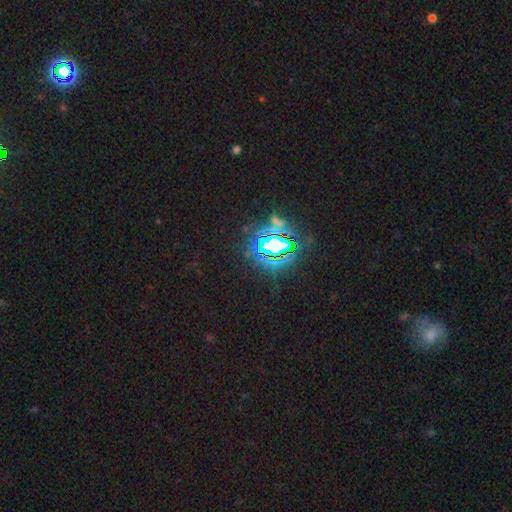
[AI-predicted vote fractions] Smooth or featured? star or artifact (83%)